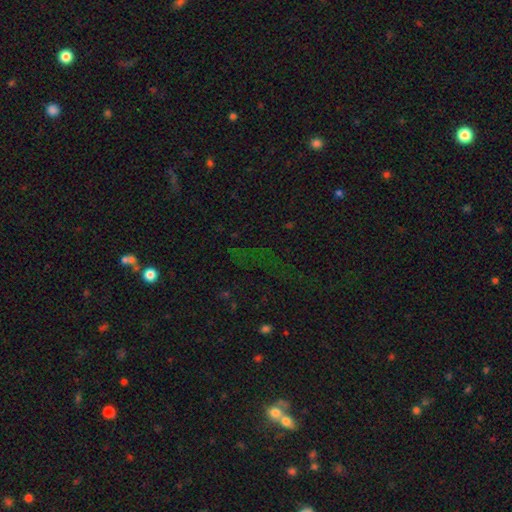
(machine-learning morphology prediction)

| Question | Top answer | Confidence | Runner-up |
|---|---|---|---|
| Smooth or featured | star or artifact | 67% | smooth (21%) |